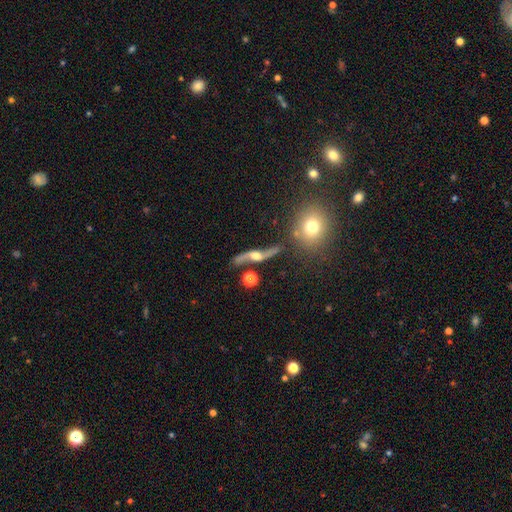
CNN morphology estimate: Overall: featured or disk (82%). Edge-on disk: no (73%). Bar: no (61%; weak 28%). Spiral arms: yes (92%). Spiral arm count: 2 (93%). Spiral winding: loose (91%). Bulge size: moderate (60%). Merging: none (66%).